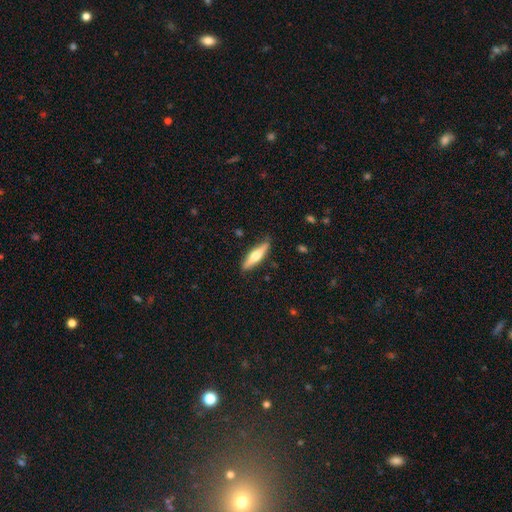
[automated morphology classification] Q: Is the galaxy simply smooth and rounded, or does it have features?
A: featured or disk — 52%.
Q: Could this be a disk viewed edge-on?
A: yes — 94%.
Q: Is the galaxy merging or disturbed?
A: none — 87%.